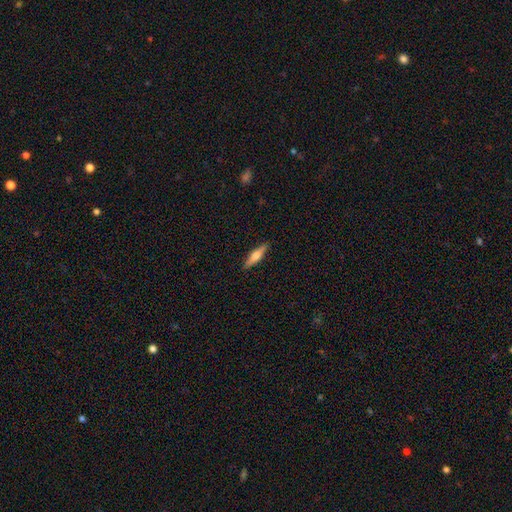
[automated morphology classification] smooth-or-featured: smooth: 52% | featured or disk: 42% | star or artifact: 6%
  how-rounded: cigar-shaped: 76% | in between: 22% | round: 2%
  merging: none: 90% | minor disturbance: 7% | major disturbance: 2% | merger: 1%